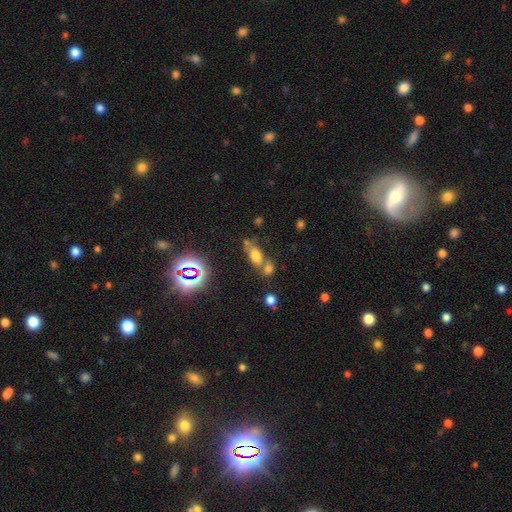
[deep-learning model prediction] This is likely a smooth galaxy (60%). How rounded: likely in between (79%). Merging: marginally none (44%).